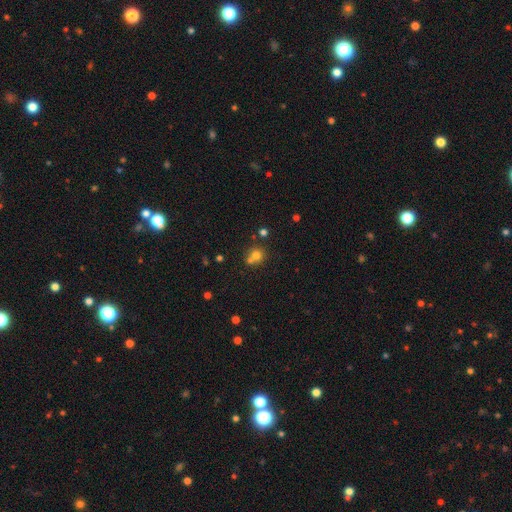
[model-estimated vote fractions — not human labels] smooth-or-featured: smooth: 70% | star or artifact: 17% | featured or disk: 13%
  how-rounded: round: 83% | in between: 16% | cigar-shaped: 1%
  merging: none: 50% | merger: 39% | minor disturbance: 8% | major disturbance: 3%